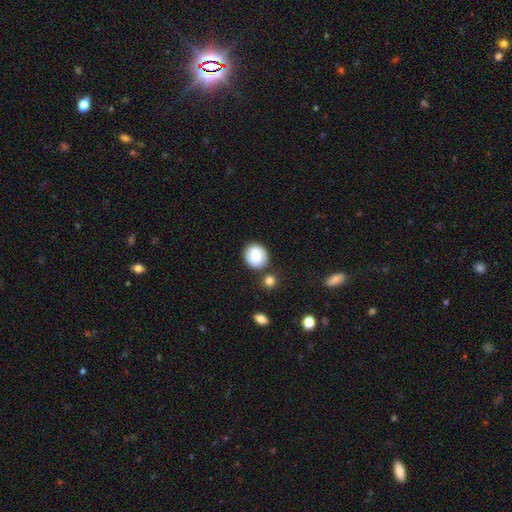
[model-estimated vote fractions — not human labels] A smooth galaxy with no disk features (75%) that is round (80%). Merging: none (79%).